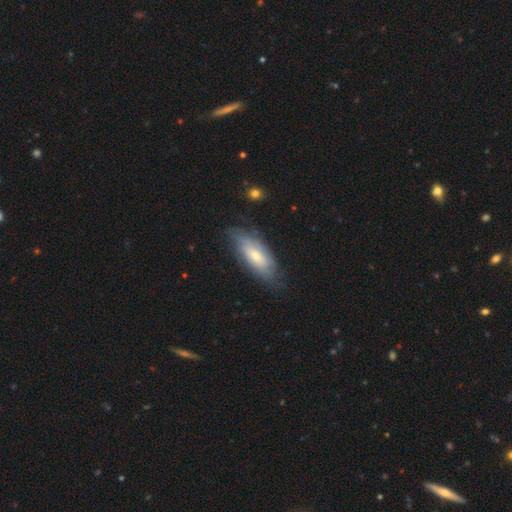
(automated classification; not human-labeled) Smooth or featured? Predicted: featured or disk (p=0.51). Edge-on disk? Predicted: no (p=0.79). Merging? Predicted: none (p=0.67).